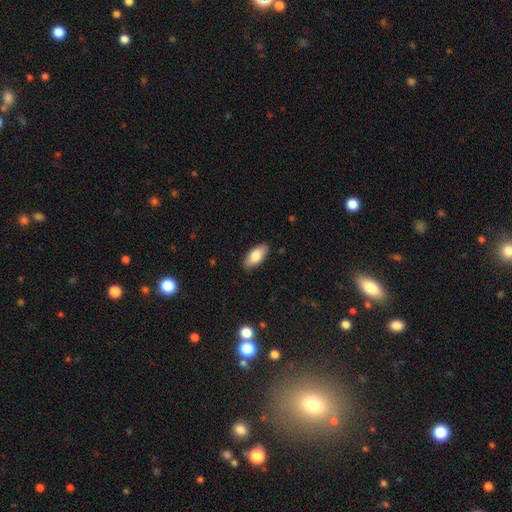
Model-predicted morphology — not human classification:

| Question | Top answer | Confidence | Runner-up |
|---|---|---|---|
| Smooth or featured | smooth | 83% | featured or disk (11%) |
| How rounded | in between | 90% | cigar-shaped (8%) |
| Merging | none | 87% | minor disturbance (10%) |